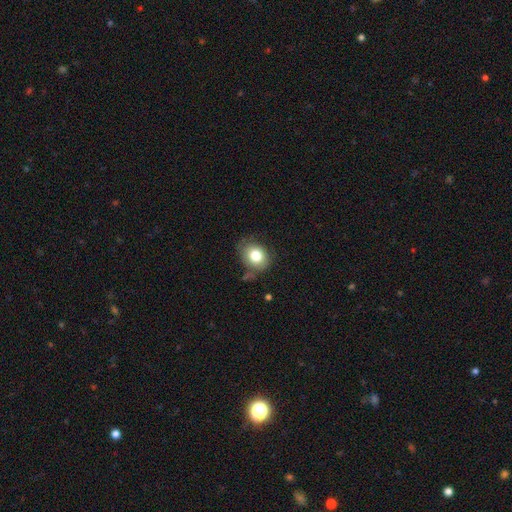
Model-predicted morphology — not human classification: smooth 79%, featured or disk 12%, star or artifact 9%. Down the decision tree: how rounded — round (56%); merging — none (65%).